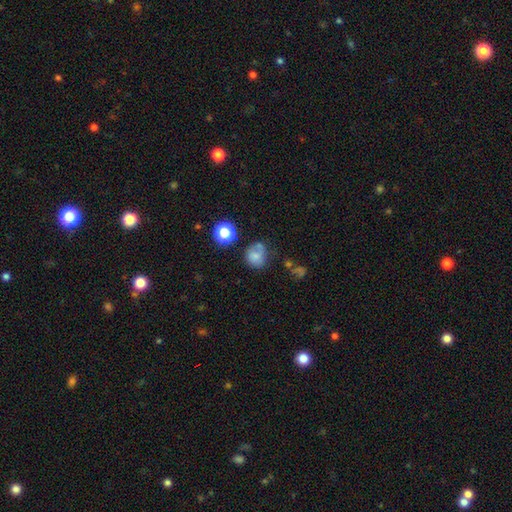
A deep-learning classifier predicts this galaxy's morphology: smooth 69%, featured or disk 17%, star or artifact 15%. Down the decision tree: how rounded — round (72%); merging — none (50%).